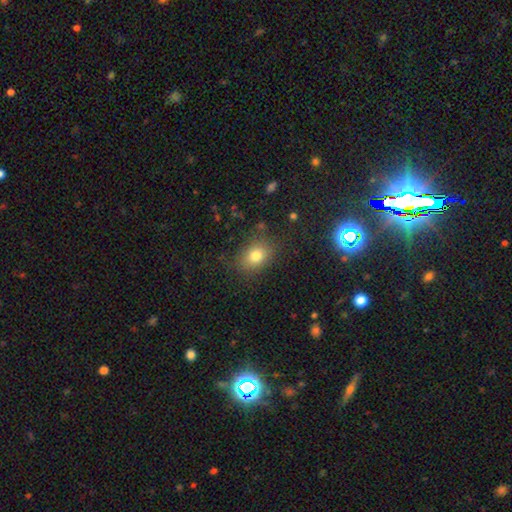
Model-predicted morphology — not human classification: Smooth or featured: smooth — 77% (star or artifact — 13%)
How rounded: in between — 62% (round — 37%)
Merging: none — 80% (minor disturbance — 13%)